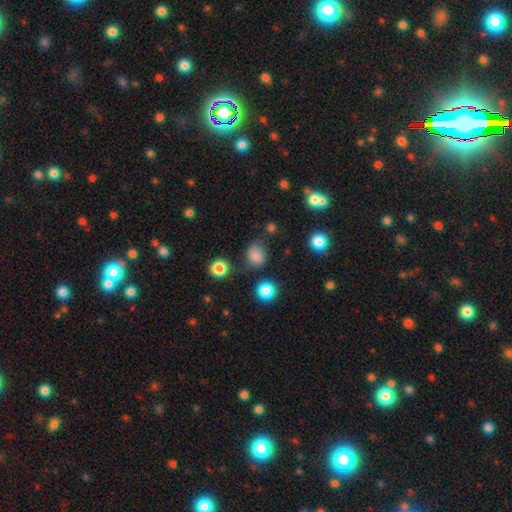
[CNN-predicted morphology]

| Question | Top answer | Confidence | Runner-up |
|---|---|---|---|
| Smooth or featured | smooth | 77% | star or artifact (16%) |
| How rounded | round | 60% | in between (39%) |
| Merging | none | 66% | minor disturbance (23%) |